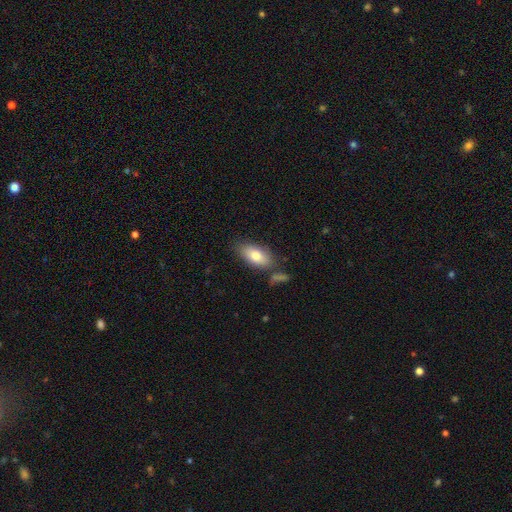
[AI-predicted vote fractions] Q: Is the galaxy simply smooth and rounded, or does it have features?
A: smooth — 79%.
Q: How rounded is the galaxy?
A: in between — 90%.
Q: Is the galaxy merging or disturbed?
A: none — 71%.